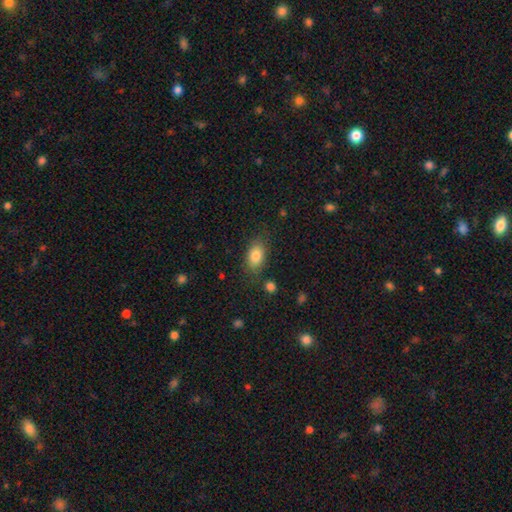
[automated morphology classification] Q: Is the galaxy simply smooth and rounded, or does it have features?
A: smooth — 83%.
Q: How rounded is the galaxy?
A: in between — 87%.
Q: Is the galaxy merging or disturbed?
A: none — 77%.